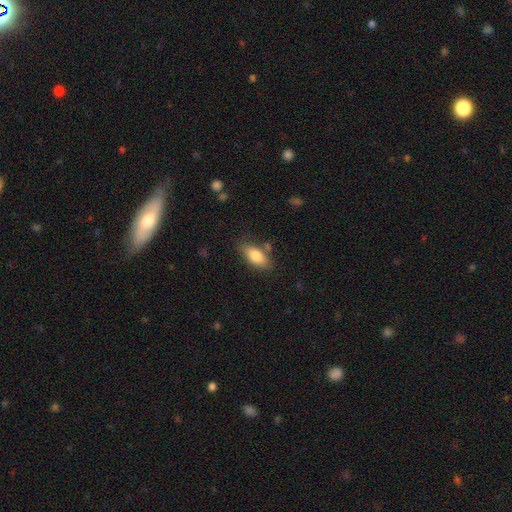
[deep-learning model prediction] smooth-or-featured: smooth: 81% | featured or disk: 12% | star or artifact: 7%
  how-rounded: in between: 87% | cigar-shaped: 9% | round: 4%
  merging: none: 74% | minor disturbance: 16% | merger: 6% | major disturbance: 4%